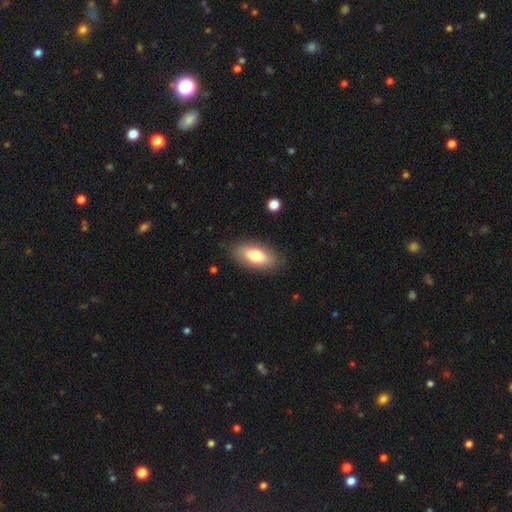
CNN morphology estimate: Smooth or featured? Predicted: smooth (p=0.77). How rounded? Predicted: in between (p=0.89). Merging? Predicted: none (p=0.86).